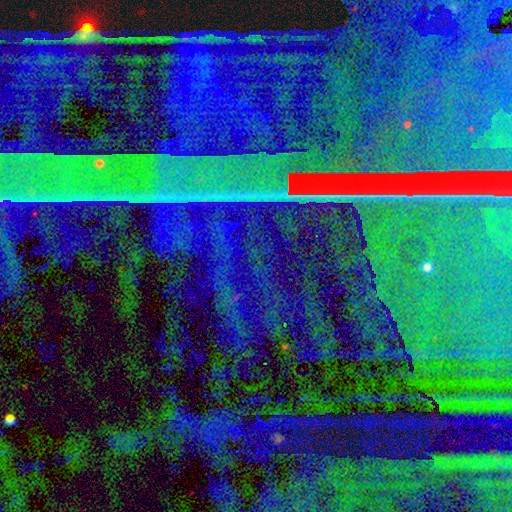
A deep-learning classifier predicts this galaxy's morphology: Smooth or featured?
  - star or artifact: 88% *
  - featured or disk: 7%
  - smooth: 5%